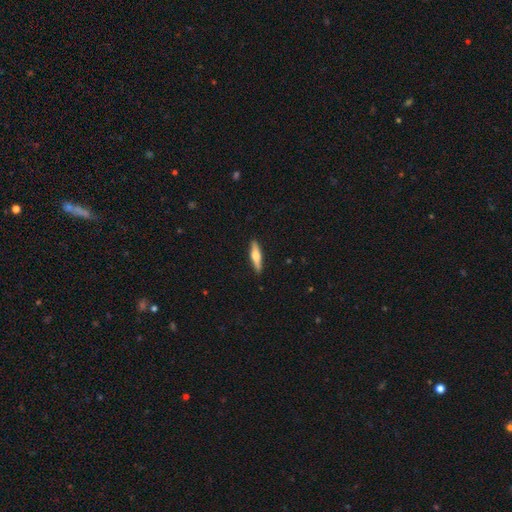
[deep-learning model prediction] smooth-or-featured: smooth: 52% | featured or disk: 43% | star or artifact: 5%
  how-rounded: cigar-shaped: 76% | in between: 22% | round: 2%
  merging: none: 90% | minor disturbance: 8% | major disturbance: 2% | merger: 1%